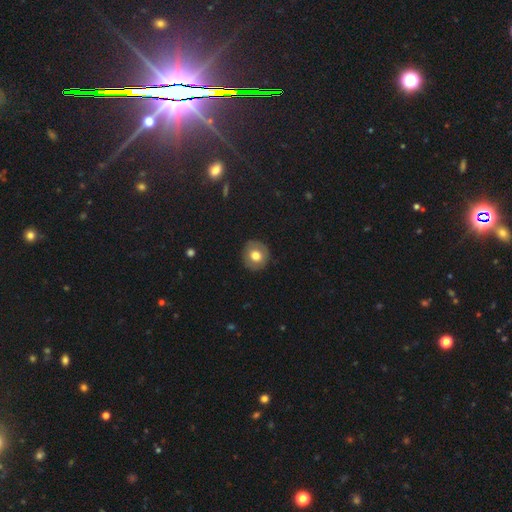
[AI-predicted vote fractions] Smooth or featured: smooth — 71% (featured or disk — 20%)
How rounded: round — 90% (in between — 9%)
Merging: none — 88% (minor disturbance — 8%)